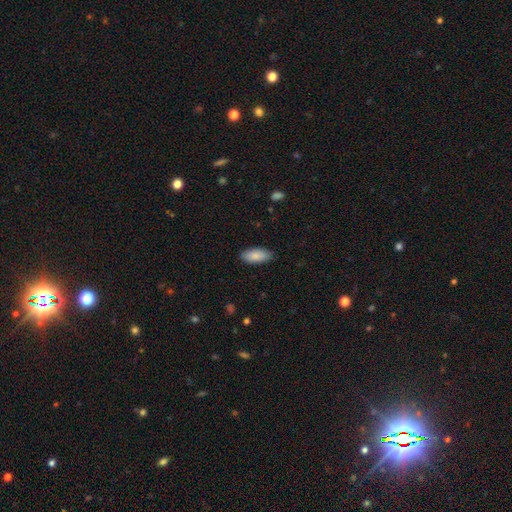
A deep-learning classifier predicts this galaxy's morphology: type=smooth (88%); roundness=in between (89%); merging=none (87%).